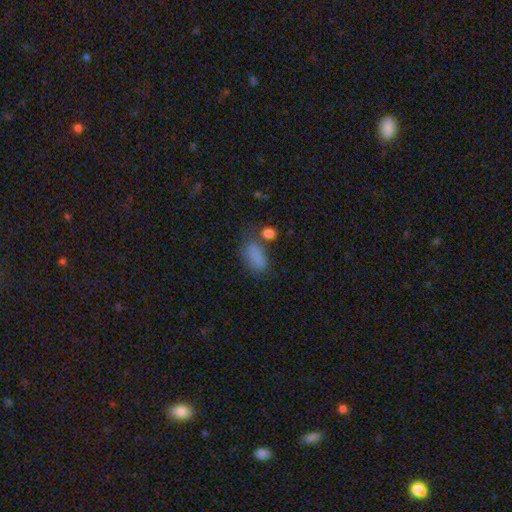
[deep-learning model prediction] Morphology: type=smooth (80%); roundness=in between (87%); merging=none (52%).